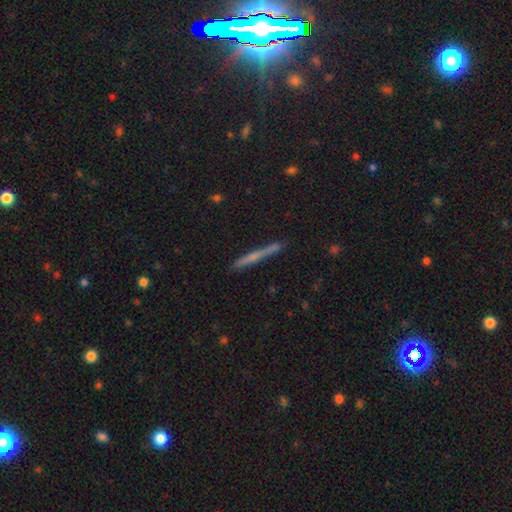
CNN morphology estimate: A featured or disk galaxy (50%) viewed edge-on (96%).

Vote fractions:
- Smooth or featured? featured or disk: 50% / smooth: 39% / star or artifact: 10%
- Edge-on disk? yes: 96% / no: 4%
- Merging? none: 87% / minor disturbance: 9% / merger: 2% / major disturbance: 2%